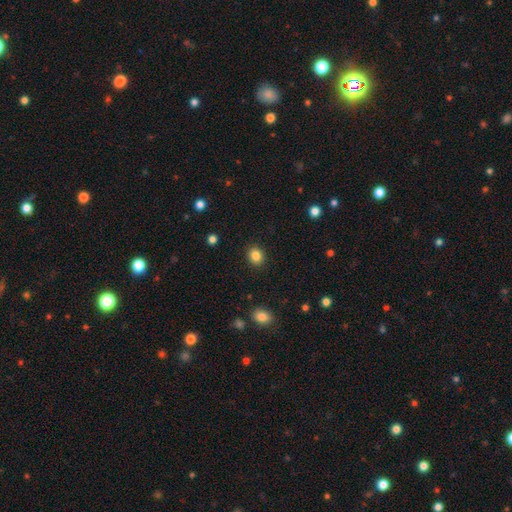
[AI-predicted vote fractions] A smooth galaxy with no disk features (85%) that is round (72%). Merging: none (90%).